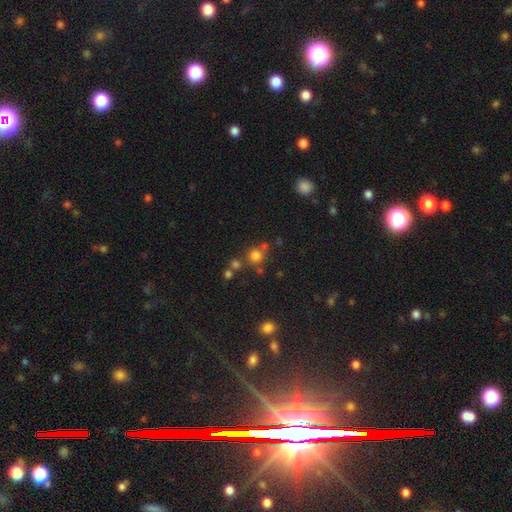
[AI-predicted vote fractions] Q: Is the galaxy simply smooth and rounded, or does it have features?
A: smooth — 74%.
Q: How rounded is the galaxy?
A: round — 89%.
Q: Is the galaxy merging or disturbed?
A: none — 64%.